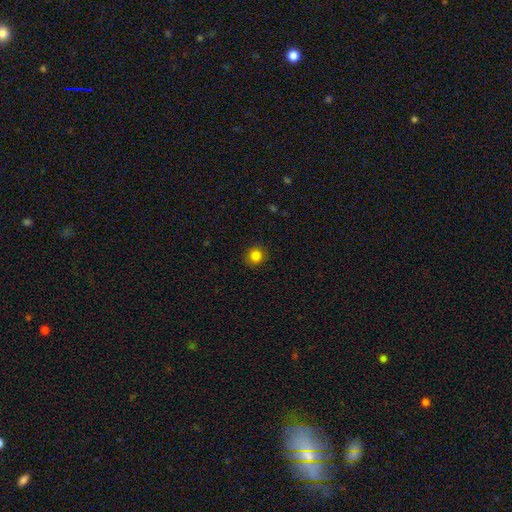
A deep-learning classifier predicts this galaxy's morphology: smooth_or_featured: smooth (p=0.83) [alt: star or artifact p=0.12]
how_rounded: round (p=0.88) [alt: in between p=0.11]
merging: none (p=0.91) [alt: minor disturbance p=0.06]